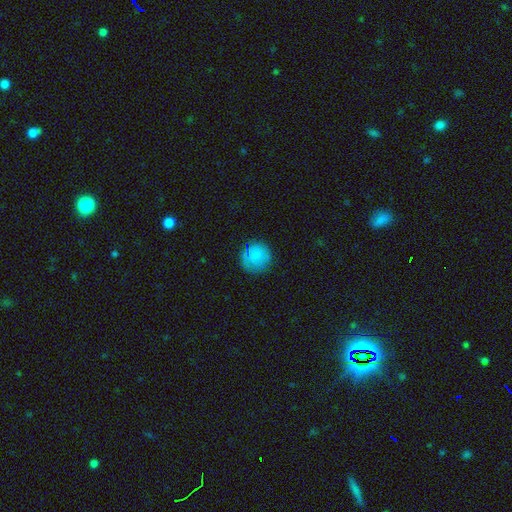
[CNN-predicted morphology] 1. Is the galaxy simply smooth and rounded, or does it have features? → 78% smooth, 11% featured or disk, 11% star or artifact.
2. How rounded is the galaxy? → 93% round, 6% in between, 1% cigar-shaped.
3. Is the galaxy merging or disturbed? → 80% none, 14% minor disturbance, 4% major disturbance, 2% merger.